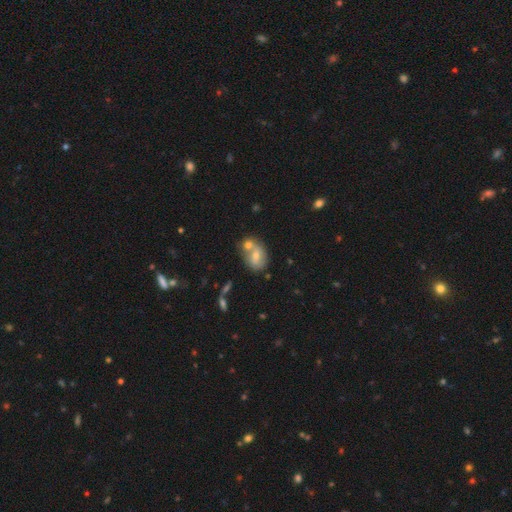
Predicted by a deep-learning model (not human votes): This is possibly a smooth galaxy (56%). How rounded: possibly in between (60%). Merging: possibly merger (50%).